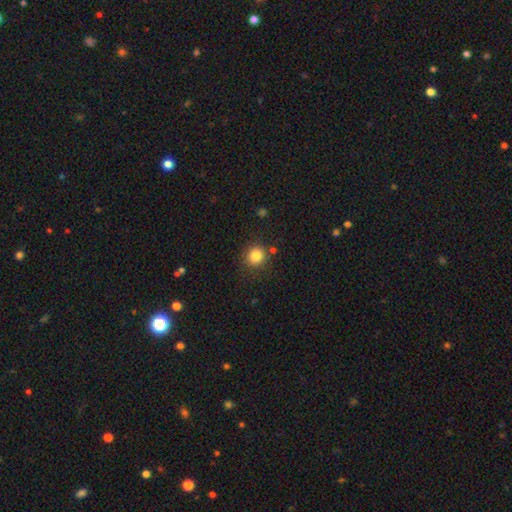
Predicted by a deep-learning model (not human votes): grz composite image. It shows a smooth galaxy with no disk features (83%) that is round (89%). Merging: none (82%).